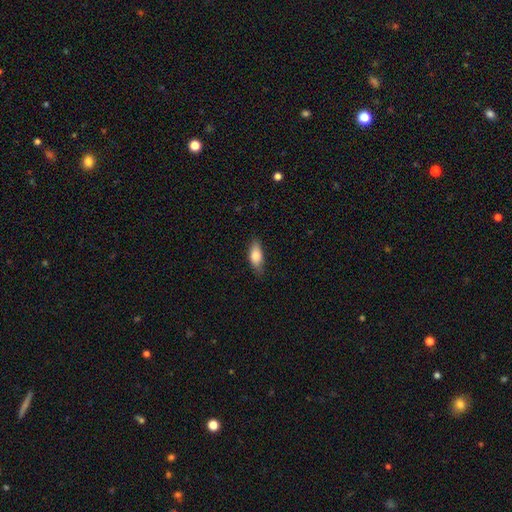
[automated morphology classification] Overall: smooth (79%). How rounded: in between (77%). Merging: none (75%).